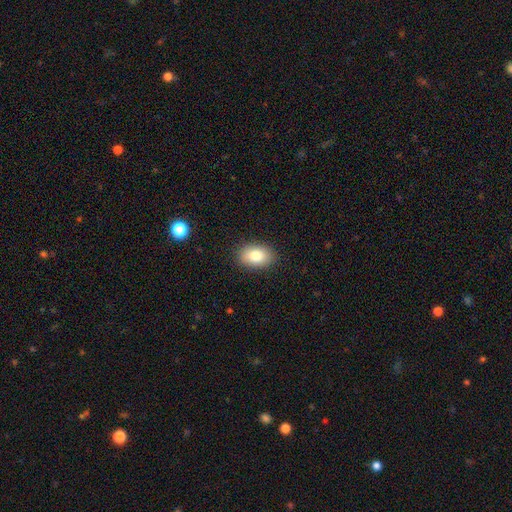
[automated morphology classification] A smooth galaxy with no disk features (83%) that is in between round and cigar-shaped (86%). Merging: none (88%).